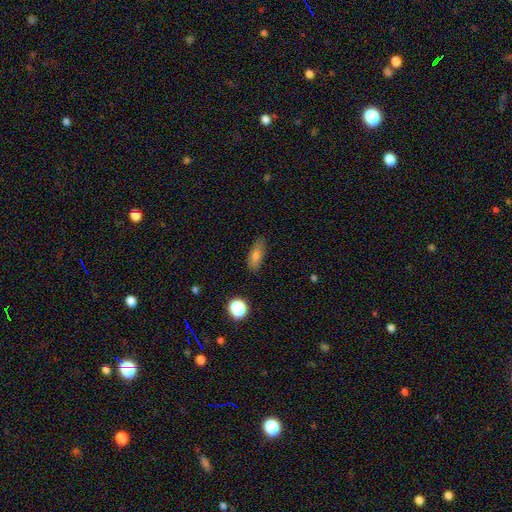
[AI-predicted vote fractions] Smooth or featured: smooth — 72% (featured or disk — 18%)
How rounded: in between — 71% (cigar-shaped — 22%)
Merging: none — 82% (minor disturbance — 13%)